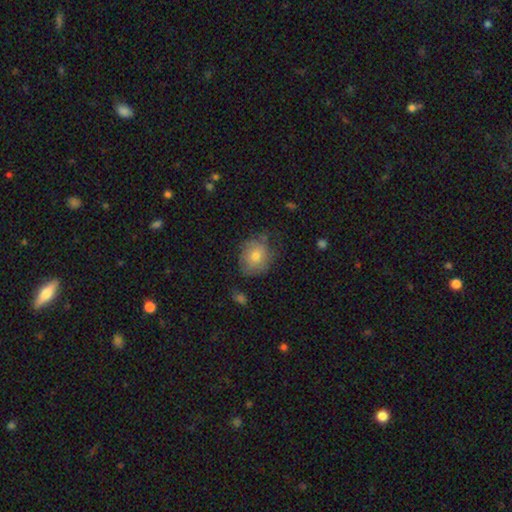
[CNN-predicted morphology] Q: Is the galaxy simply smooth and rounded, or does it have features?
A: smooth — 65%.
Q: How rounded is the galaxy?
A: round — 70%.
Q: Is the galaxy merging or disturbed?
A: none — 63%.